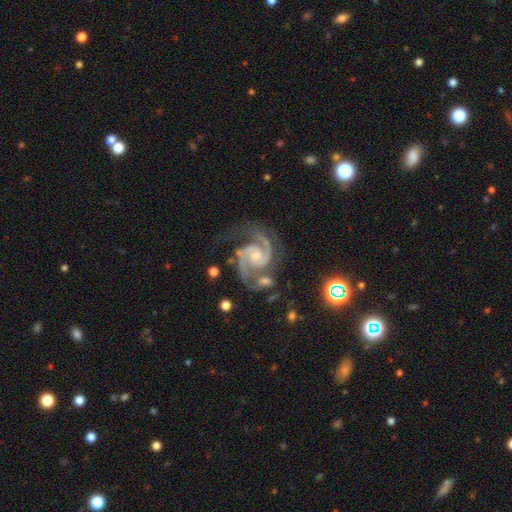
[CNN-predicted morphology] This is clearly a featured or disk galaxy (93%). It is clearly not viewed edge-on (98%). Bar: likely no (62%). Spiral arm pattern: clearly yes (99%). Spiral arm count: clearly 2 (88%). Spiral winding: possibly medium (57%). Central bulge: possibly small (52%). Merging: possibly none (59%).